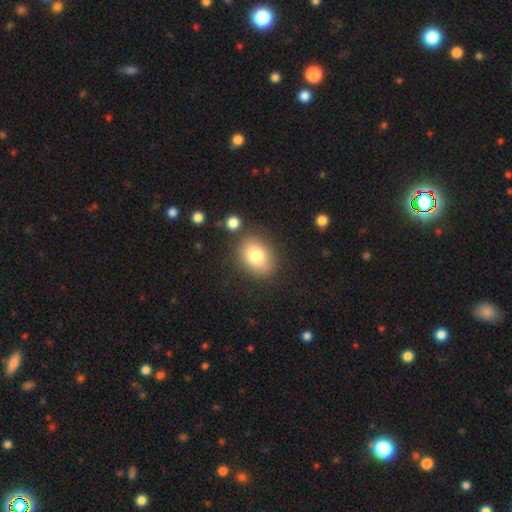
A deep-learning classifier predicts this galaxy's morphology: Smooth or featured?
  - smooth: 80% *
  - featured or disk: 10%
  - star or artifact: 9%
How rounded?
  - in between: 63% *
  - round: 36%
  - cigar-shaped: 1%
Merging?
  - none: 81% *
  - minor disturbance: 11%
  - merger: 4%
  - major disturbance: 4%